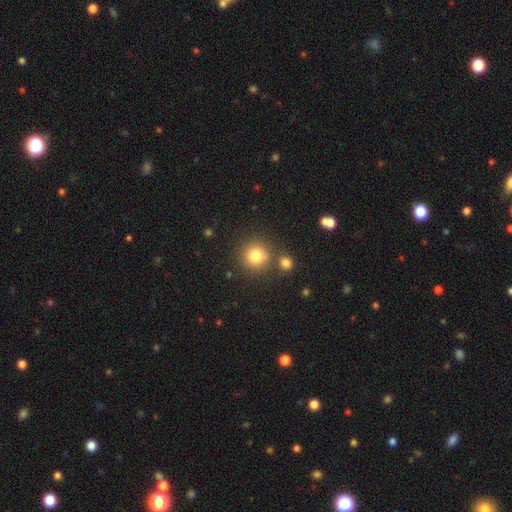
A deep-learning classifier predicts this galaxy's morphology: type=smooth (80%); roundness=round (93%); merging=none (77%).